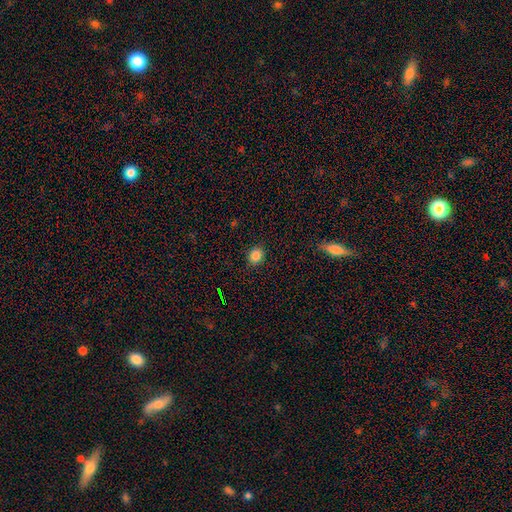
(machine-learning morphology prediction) Smooth or featured: smooth — 84% (star or artifact — 12%)
How rounded: round — 58% (in between — 41%)
Merging: none — 87% (minor disturbance — 9%)